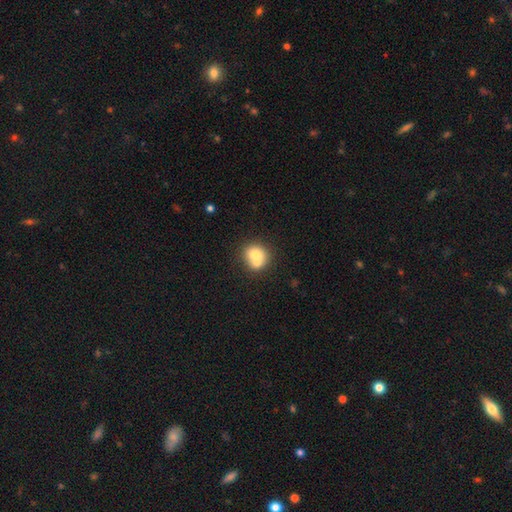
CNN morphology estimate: Smooth or featured: smooth — 71% (featured or disk — 20%)
How rounded: round — 79% (in between — 20%)
Merging: merger — 49% (none — 40%)